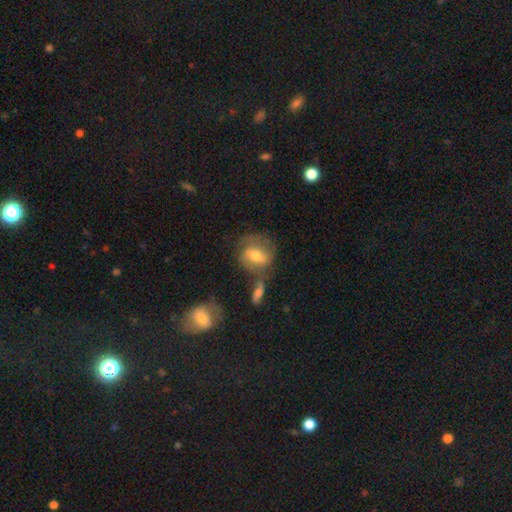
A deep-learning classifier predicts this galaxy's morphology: A featured or disk galaxy (47%). Merging: none (52%).